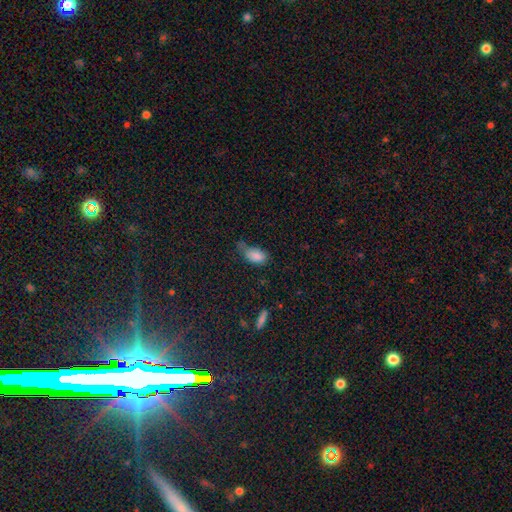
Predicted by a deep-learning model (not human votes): smooth-or-featured: smooth: 84% | star or artifact: 9% | featured or disk: 7%
  how-rounded: in between: 92% | round: 6% | cigar-shaped: 3%
  merging: minor disturbance: 37% | none: 35% | major disturbance: 21% | merger: 8%